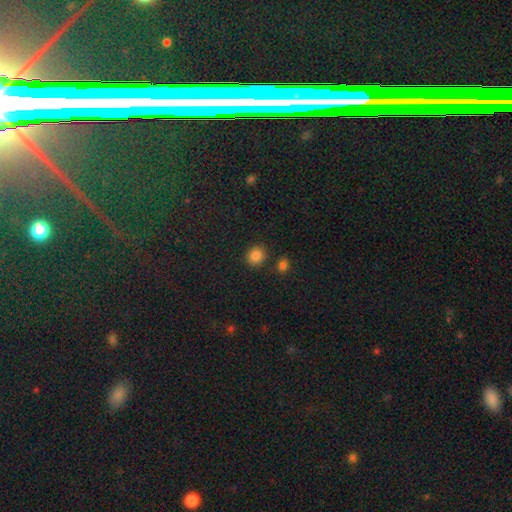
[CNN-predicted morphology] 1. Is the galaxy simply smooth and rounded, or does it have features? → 84% smooth, 12% star or artifact, 5% featured or disk.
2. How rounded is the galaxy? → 77% round, 22% in between, 1% cigar-shaped.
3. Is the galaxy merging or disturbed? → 83% none, 8% minor disturbance, 6% merger, 3% major disturbance.